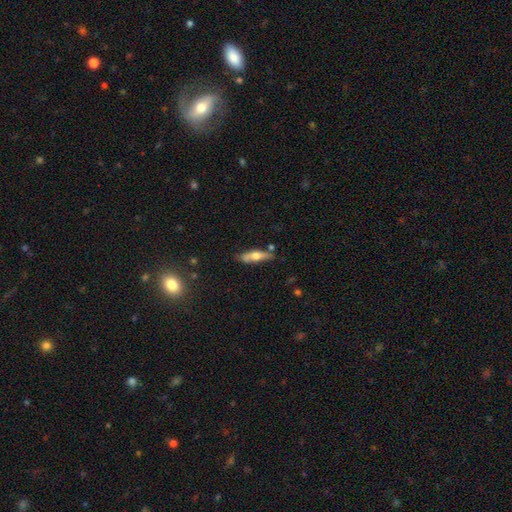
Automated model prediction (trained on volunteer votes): Overall: smooth (47%; featured or disk 46%). Merging: none (69%).